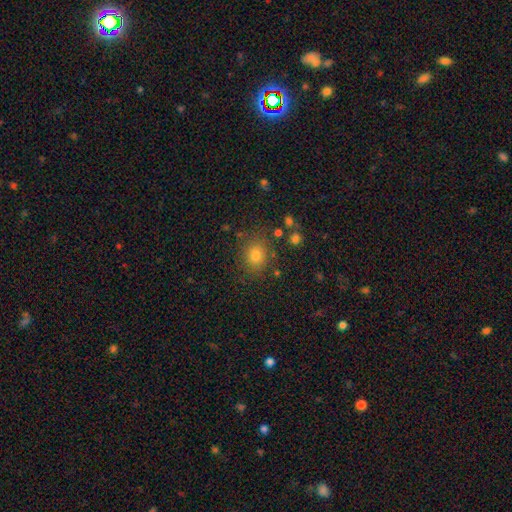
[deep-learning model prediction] Smooth or featured? Predicted: smooth (p=0.78). How rounded? Predicted: round (p=0.71). Merging? Predicted: none (p=0.82).